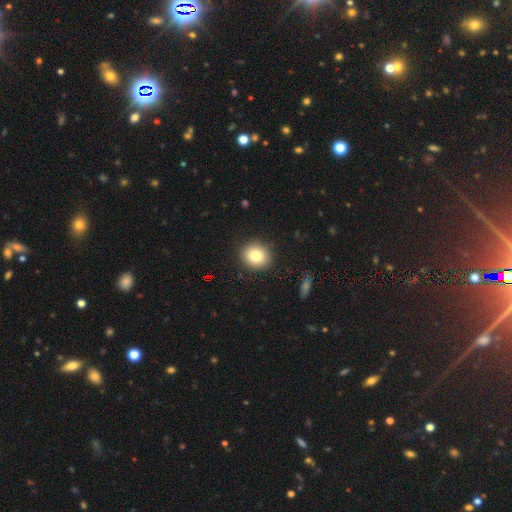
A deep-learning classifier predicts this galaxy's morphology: smooth_or_featured: smooth (p=0.82) [alt: star or artifact p=0.10]
how_rounded: round (p=0.82) [alt: in between p=0.17]
merging: none (p=0.89) [alt: minor disturbance p=0.07]